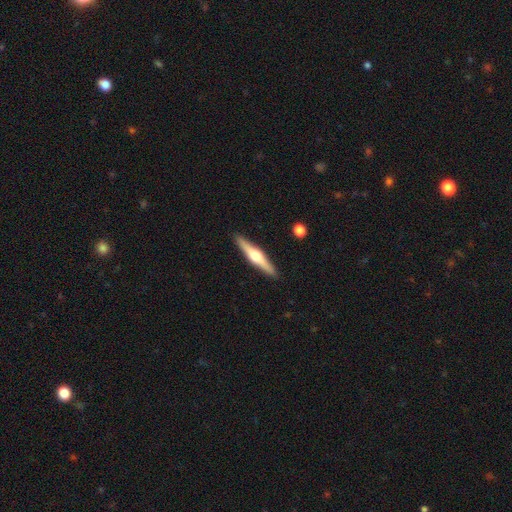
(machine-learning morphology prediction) This appears to be a featured or disk galaxy (69%) viewed edge-on (97%) with a rounded central bulge (92%). Merging: none (91%).